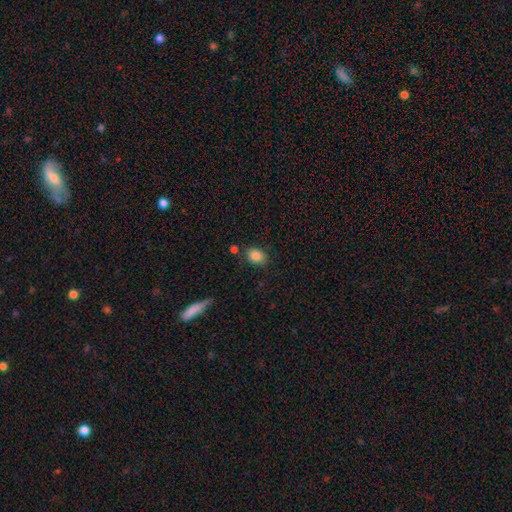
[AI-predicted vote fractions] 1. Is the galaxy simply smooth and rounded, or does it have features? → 86% smooth, 9% star or artifact, 6% featured or disk.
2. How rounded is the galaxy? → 68% in between, 31% round, 1% cigar-shaped.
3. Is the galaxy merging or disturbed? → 76% none, 14% minor disturbance, 7% merger, 4% major disturbance.